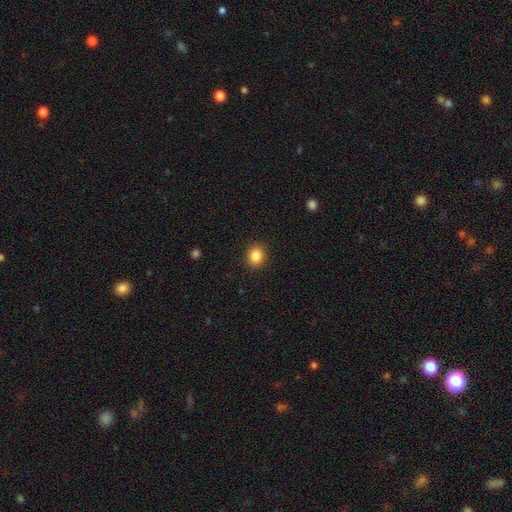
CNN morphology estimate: Smooth or featured?
  - smooth: 86% *
  - star or artifact: 9%
  - featured or disk: 4%
How rounded?
  - round: 65% *
  - in between: 34%
  - cigar-shaped: 1%
Merging?
  - none: 90% *
  - minor disturbance: 7%
  - major disturbance: 2%
  - merger: 1%